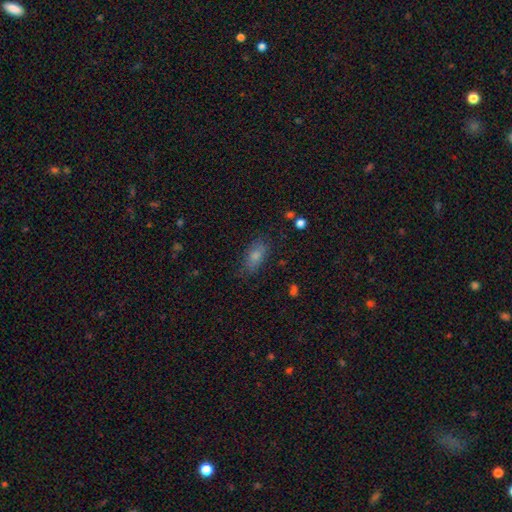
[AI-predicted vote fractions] Smooth or featured?
  - smooth: 77% *
  - featured or disk: 13%
  - star or artifact: 10%
How rounded?
  - in between: 86% *
  - cigar-shaped: 8%
  - round: 6%
Merging?
  - none: 75% *
  - minor disturbance: 18%
  - major disturbance: 5%
  - merger: 2%